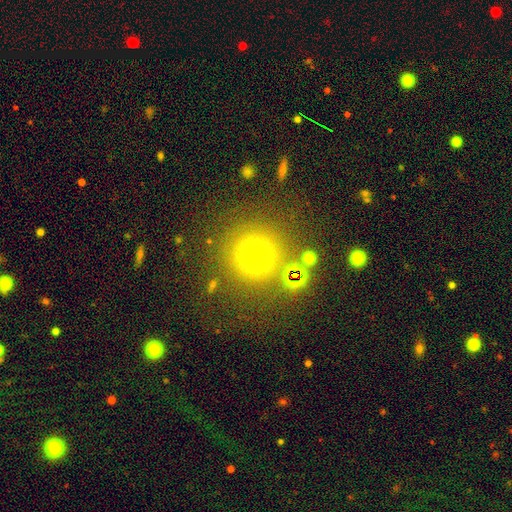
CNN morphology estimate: This is likely a smooth galaxy (68%). How rounded: clearly round (94%). Merging: clearly none (82%).